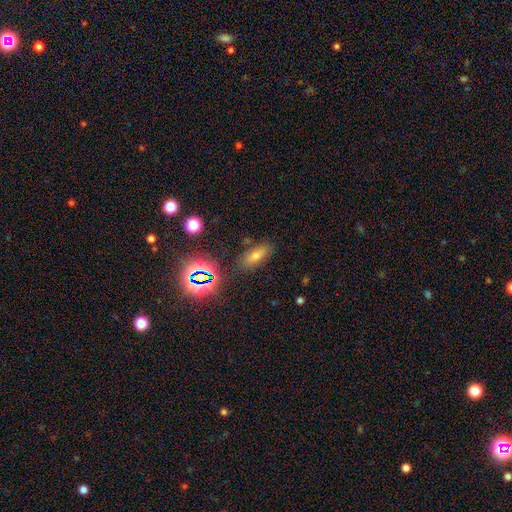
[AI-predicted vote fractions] smooth-or-featured: smooth: 53% | star or artifact: 29% | featured or disk: 18%
  how-rounded: in between: 70% | cigar-shaped: 21% | round: 9%
  merging: none: 82% | minor disturbance: 11% | major disturbance: 4% | merger: 3%